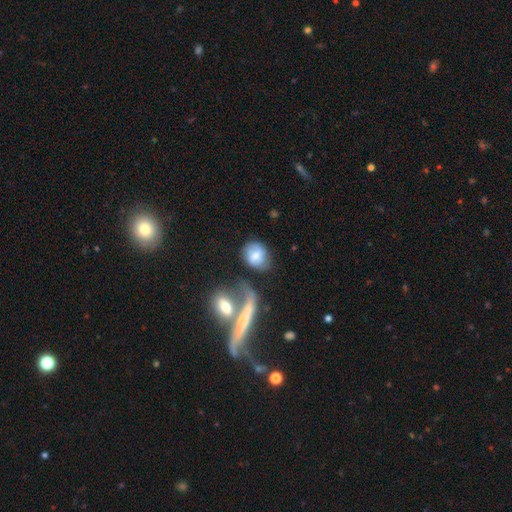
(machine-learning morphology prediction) smooth_or_featured: smooth (p=0.62) [alt: featured or disk p=0.30]
how_rounded: in between (p=0.51) [alt: round p=0.47]
merging: none (p=0.53) [alt: minor disturbance p=0.20]